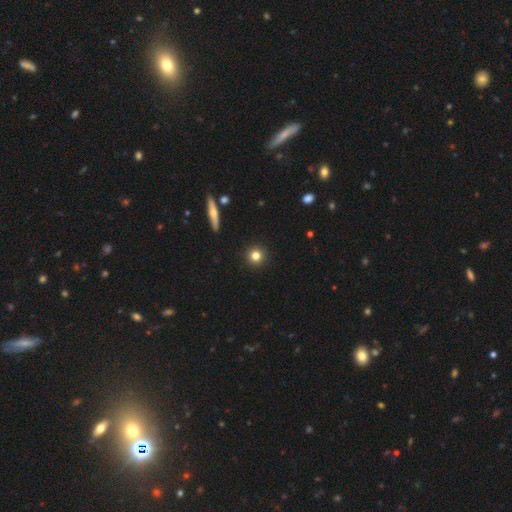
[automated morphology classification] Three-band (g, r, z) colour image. It shows a smooth galaxy with no disk features (81%) that is round (95%). Merging: none (92%).